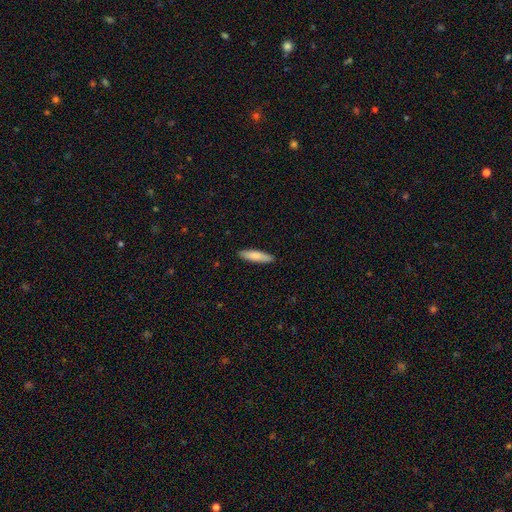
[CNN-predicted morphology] Smooth or featured? Predicted: smooth (p=0.83). How rounded? Predicted: cigar-shaped (p=0.77). Merging? Predicted: none (p=0.91).